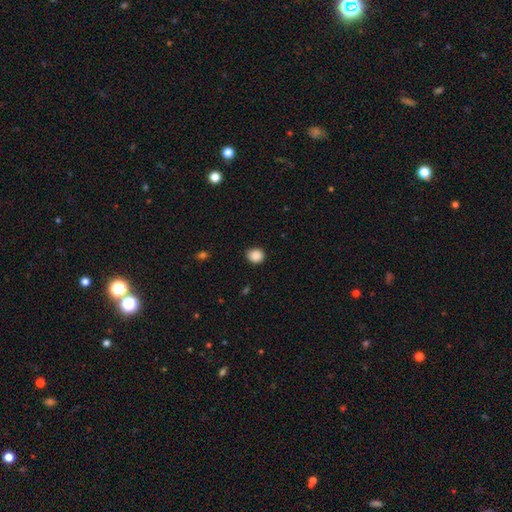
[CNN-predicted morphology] Smooth or featured? smooth (88%)
How rounded? round (75%)
Merging? none (88%)